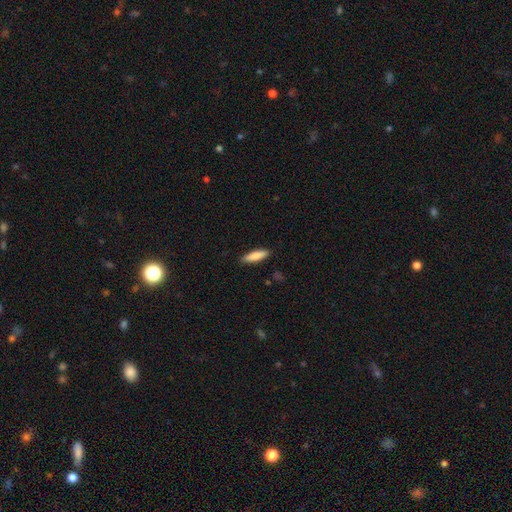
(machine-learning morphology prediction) Overall: smooth (82%). How rounded: cigar-shaped (66%; in between 32%). Merging: none (88%).